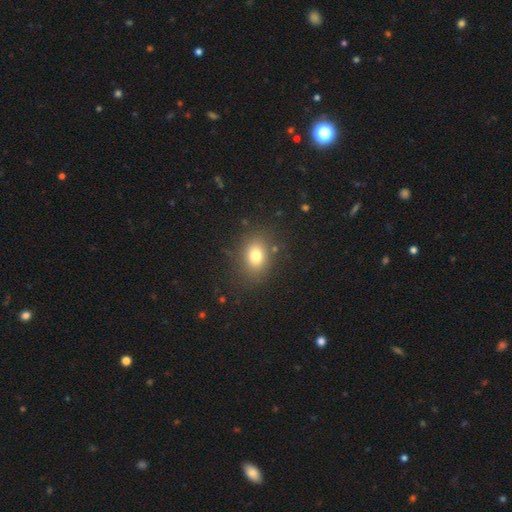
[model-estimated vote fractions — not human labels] A smooth galaxy with no disk features (76%) that is in between round and cigar-shaped (57%).

Vote fractions:
- Smooth or featured? smooth: 76% / star or artifact: 13% / featured or disk: 11%
- How rounded? in between: 57% / round: 42% / cigar-shaped: 1%
- Merging? none: 83% / minor disturbance: 10% / major disturbance: 5% / merger: 2%